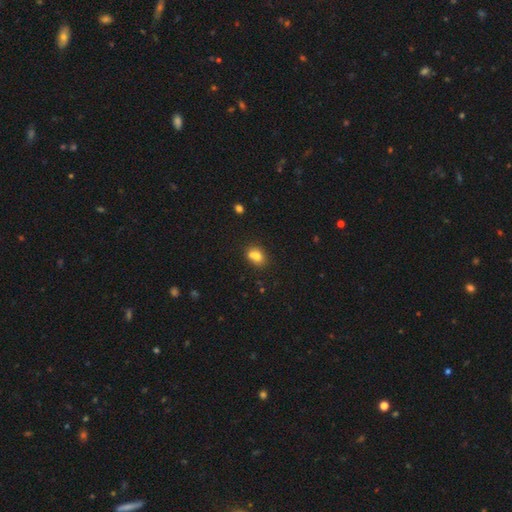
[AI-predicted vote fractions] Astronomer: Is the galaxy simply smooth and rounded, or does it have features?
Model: smooth — 74%.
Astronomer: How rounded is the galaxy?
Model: in between — 52% (runner-up: round, 47%).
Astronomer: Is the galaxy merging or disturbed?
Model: merger — 44% (runner-up: none, 40%).